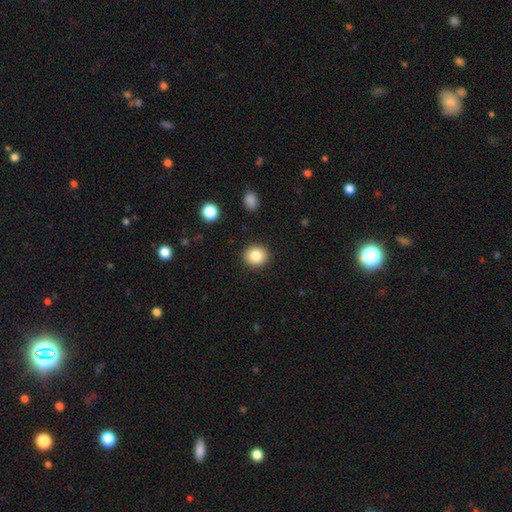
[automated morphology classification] smooth-or-featured: smooth: 84% | star or artifact: 9% | featured or disk: 6%
  how-rounded: round: 83% | in between: 16% | cigar-shaped: 1%
  merging: none: 91% | minor disturbance: 6% | major disturbance: 2% | merger: 1%